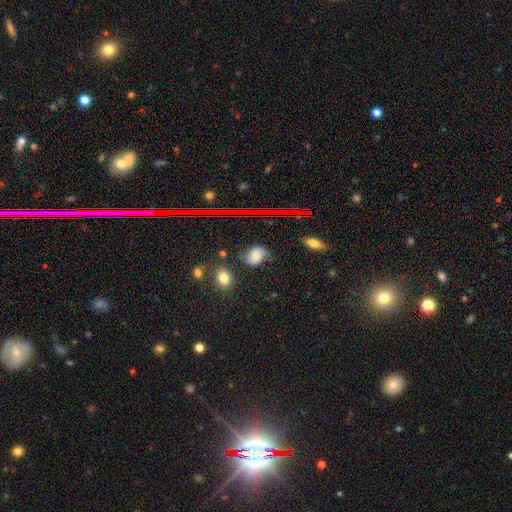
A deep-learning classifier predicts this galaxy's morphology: This is marginally a smooth galaxy (43%). Merging: likely none (69%).